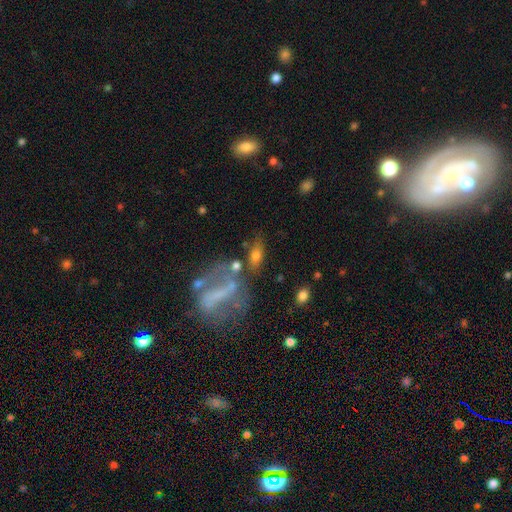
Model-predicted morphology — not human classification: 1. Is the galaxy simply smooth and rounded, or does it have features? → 61% smooth, 29% featured or disk, 10% star or artifact.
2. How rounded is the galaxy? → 74% in between, 16% cigar-shaped, 9% round.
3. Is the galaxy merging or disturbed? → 56% none, 17% minor disturbance, 17% merger, 10% major disturbance.